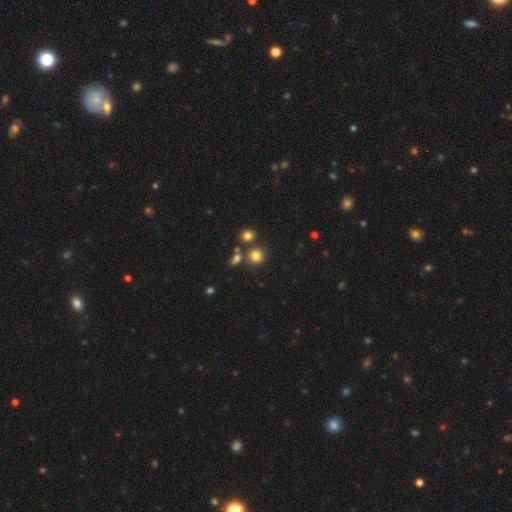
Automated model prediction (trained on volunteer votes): Overall: smooth (78%). How rounded: round (87%). Merging: none (71%).